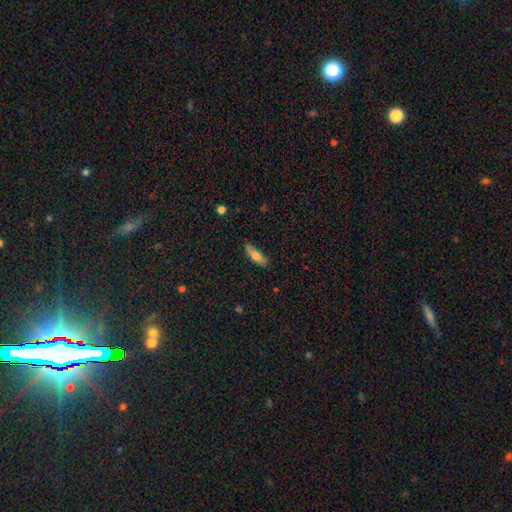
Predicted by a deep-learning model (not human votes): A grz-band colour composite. It shows a smooth galaxy with no disk features (72%) that is cigar-shaped (51%). Merging: none (80%).